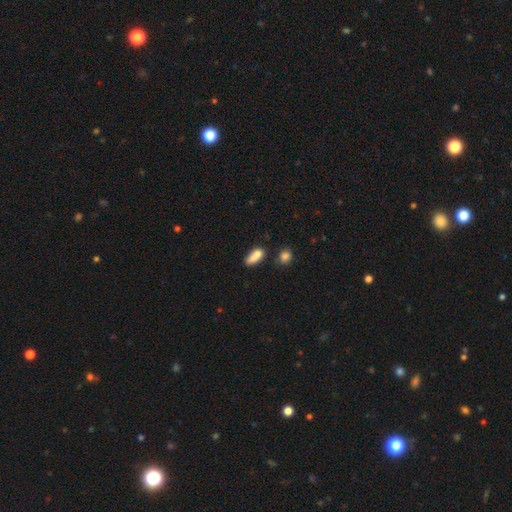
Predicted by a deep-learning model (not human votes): This appears to be a smooth galaxy with no disk features (77%) that is in between round and cigar-shaped (73%). Merging: none (43%).